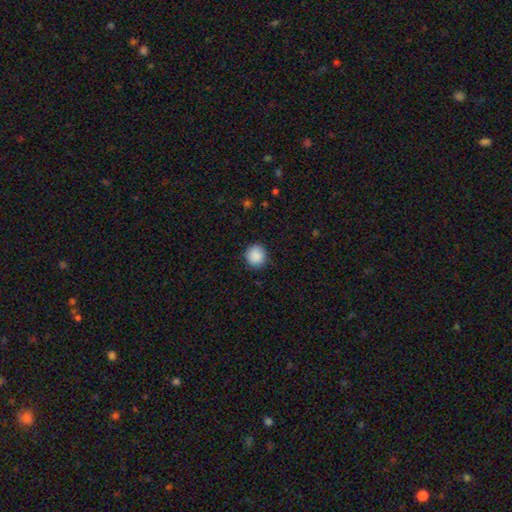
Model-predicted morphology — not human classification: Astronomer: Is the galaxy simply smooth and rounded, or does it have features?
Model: smooth — 89%.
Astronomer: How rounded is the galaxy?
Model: round — 89%.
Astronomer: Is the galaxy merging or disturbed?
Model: none — 88%.